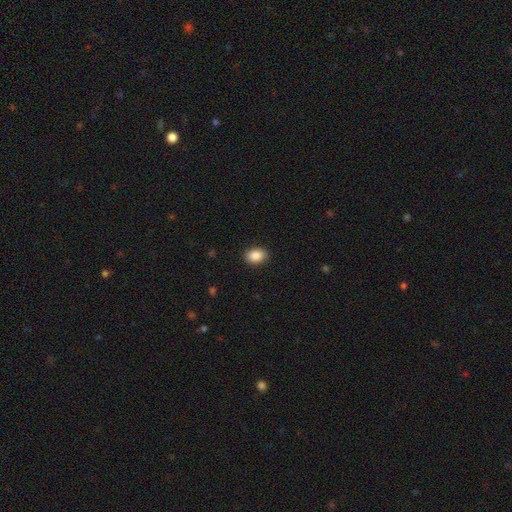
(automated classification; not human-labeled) smooth-or-featured: smooth: 88% | star or artifact: 8% | featured or disk: 4%
  how-rounded: in between: 80% | round: 19% | cigar-shaped: 1%
  merging: none: 90% | minor disturbance: 7% | major disturbance: 2% | merger: 1%